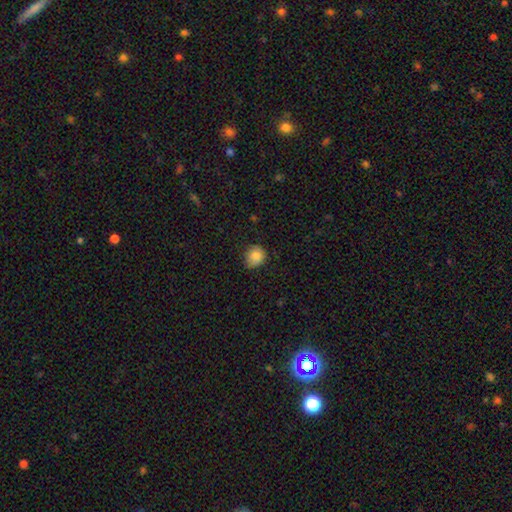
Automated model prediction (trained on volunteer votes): Q: Smooth or featured?
A: smooth (84%); runner-up: star or artifact (9%)
Q: How rounded?
A: round (75%); runner-up: in between (24%)
Q: Merging?
A: none (73%); runner-up: minor disturbance (23%)